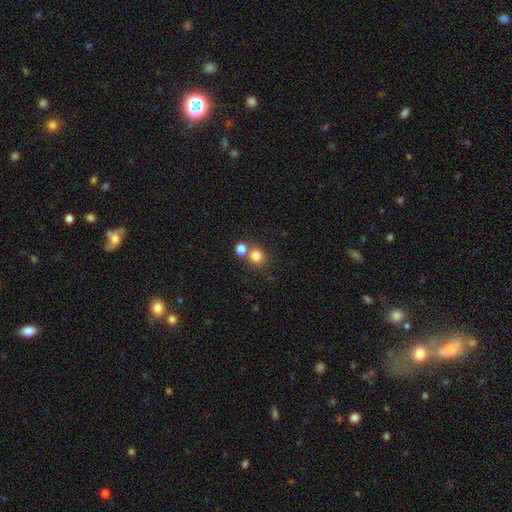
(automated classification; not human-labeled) A smooth galaxy with no disk features (81%) that is round (86%). Merging: none (63%).